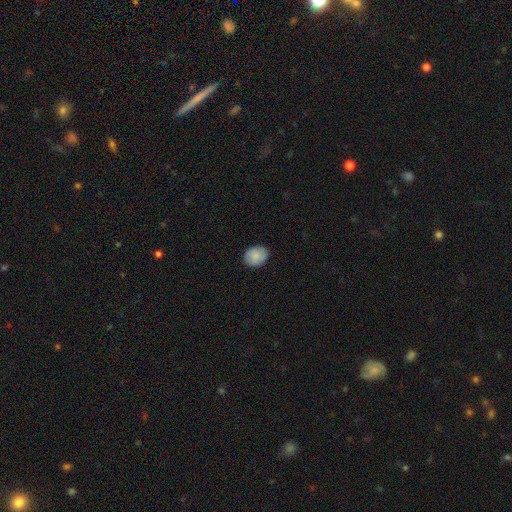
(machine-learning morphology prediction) Smooth or featured? smooth (86%)
How rounded? in between (53%)
Merging? none (86%)